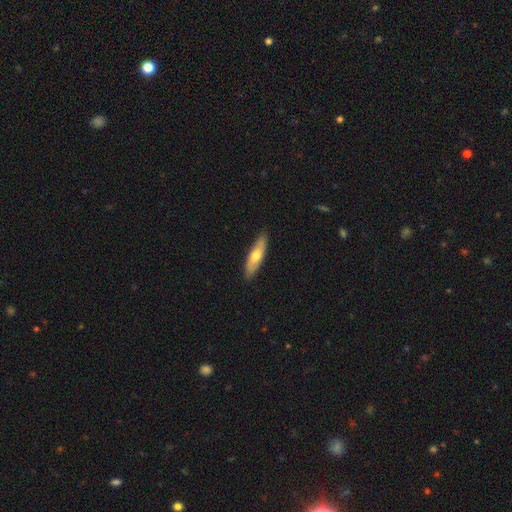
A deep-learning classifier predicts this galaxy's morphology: type=smooth (60%); roundness=cigar-shaped (67%); merging=none (87%).